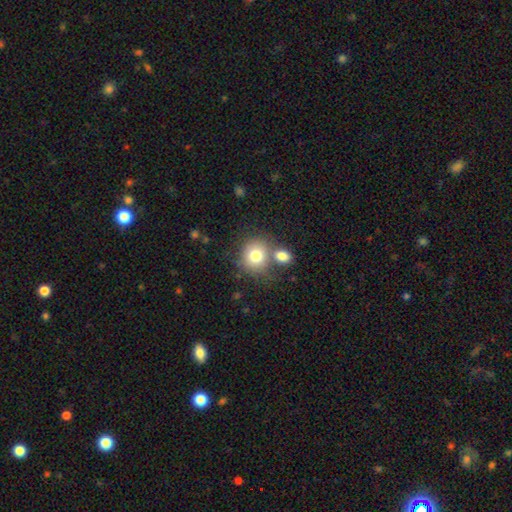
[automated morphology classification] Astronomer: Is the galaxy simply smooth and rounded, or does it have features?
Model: smooth — 77%.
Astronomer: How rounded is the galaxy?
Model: round — 83%.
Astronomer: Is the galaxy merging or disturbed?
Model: none — 52% (runner-up: merger, 33%).